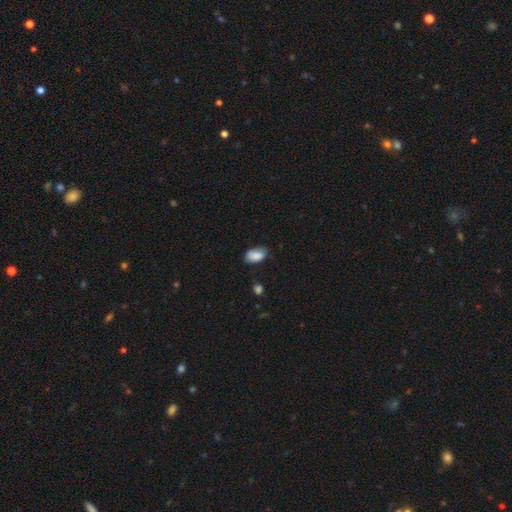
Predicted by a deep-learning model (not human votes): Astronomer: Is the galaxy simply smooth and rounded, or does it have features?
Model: smooth — 86%.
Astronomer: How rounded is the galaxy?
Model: in between — 92%.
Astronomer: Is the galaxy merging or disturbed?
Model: none — 69%.